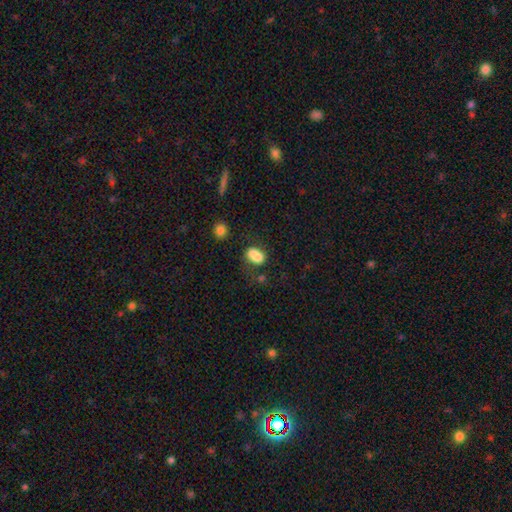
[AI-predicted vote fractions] Smooth or featured? Predicted: smooth (p=0.81). How rounded? Predicted: in between (p=0.80). Merging? Predicted: none (p=0.50).